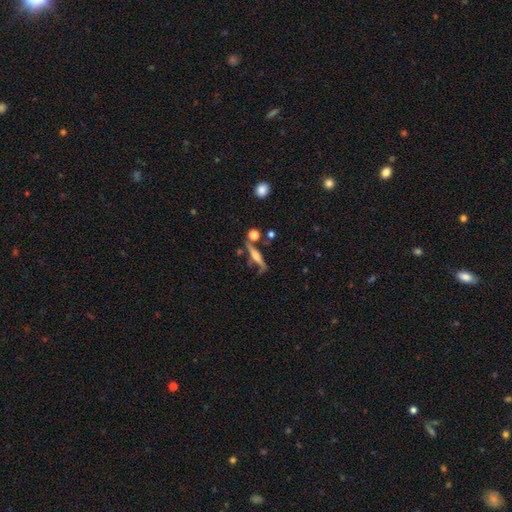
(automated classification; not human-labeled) This appears to be a featured or disk galaxy (69%) viewed edge-on (93%) with a rounded central bulge (84%). Merging: none (70%).